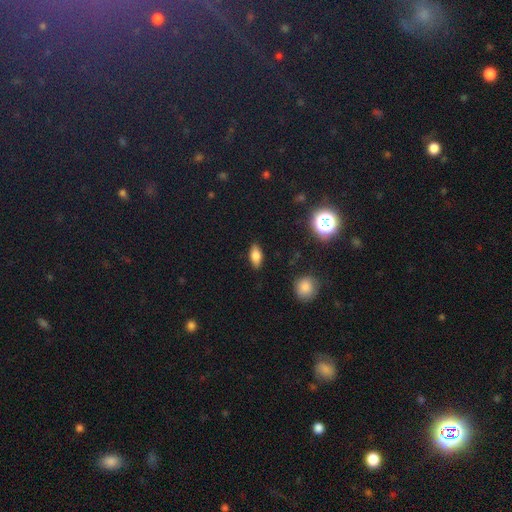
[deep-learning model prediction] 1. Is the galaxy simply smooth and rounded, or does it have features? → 77% smooth, 13% featured or disk, 11% star or artifact.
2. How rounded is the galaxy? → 84% in between, 10% cigar-shaped, 5% round.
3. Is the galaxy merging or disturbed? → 86% none, 10% minor disturbance, 2% major disturbance, 1% merger.